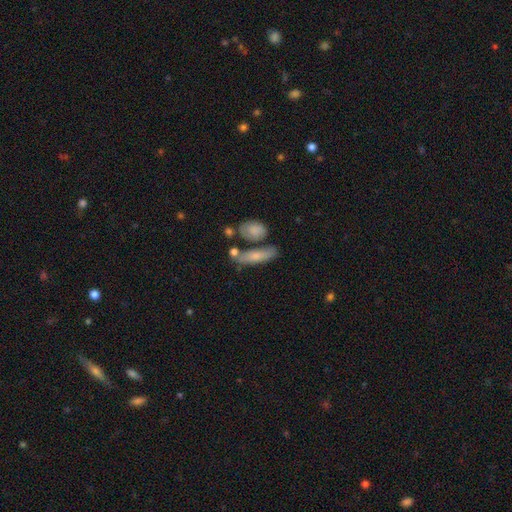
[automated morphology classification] Smooth or featured? Predicted: smooth (p=0.67). How rounded? Predicted: cigar-shaped (p=0.56). Merging? Predicted: none (p=0.62).